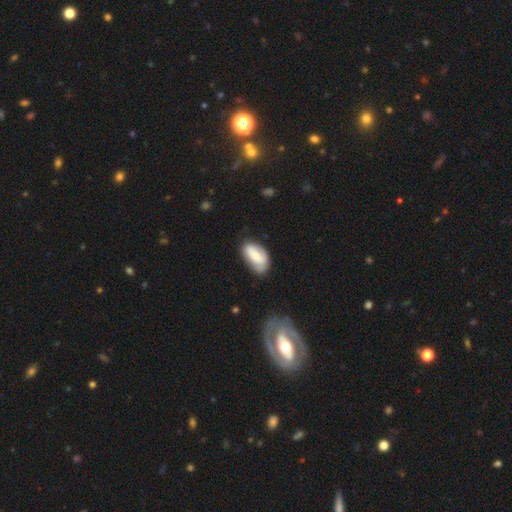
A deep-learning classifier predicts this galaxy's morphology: Smooth or featured? Predicted: smooth (p=0.66). How rounded? Predicted: in between (p=0.93). Merging? Predicted: none (p=0.63).